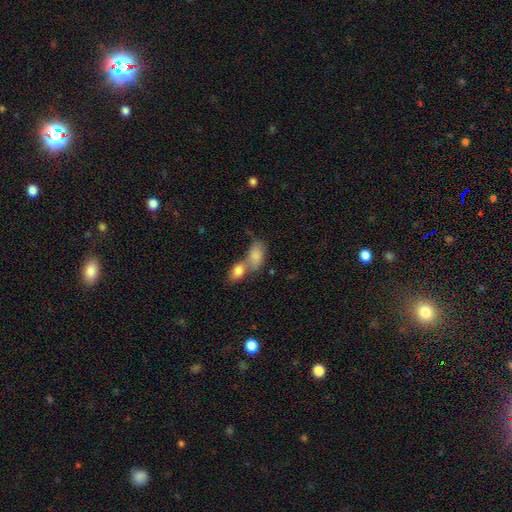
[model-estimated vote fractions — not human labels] The model was most divided on "merging": merger: 59%, none: 27%, minor disturbance: 9%, major disturbance: 5%. More confident: how rounded — in between (90%); smooth or featured — smooth (84%).